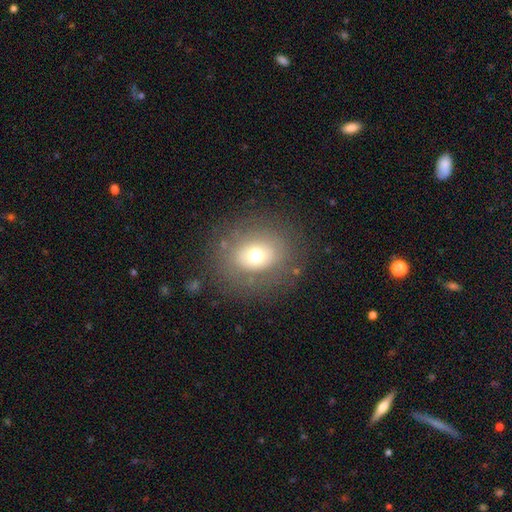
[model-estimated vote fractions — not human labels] smooth 63%, featured or disk 23%, star or artifact 14%. Down the decision tree: how rounded — round (63%); merging — none (79%).